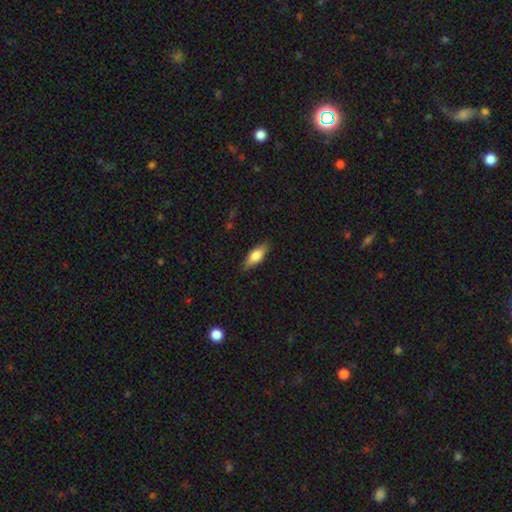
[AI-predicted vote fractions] Q: Smooth or featured?
A: smooth (69%); runner-up: featured or disk (24%)
Q: How rounded?
A: in between (72%); runner-up: cigar-shaped (25%)
Q: Merging?
A: none (85%); runner-up: minor disturbance (12%)